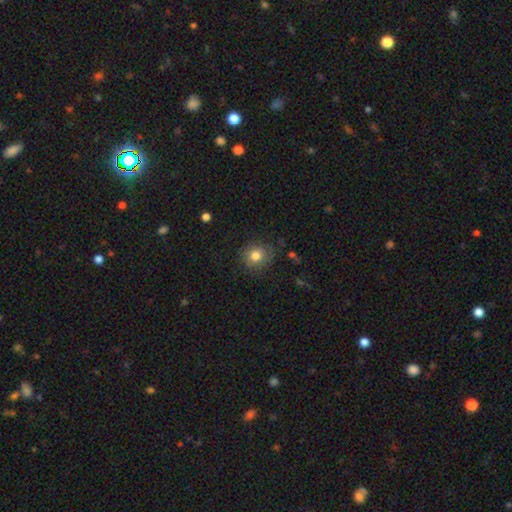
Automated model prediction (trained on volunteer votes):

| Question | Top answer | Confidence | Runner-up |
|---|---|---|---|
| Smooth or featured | smooth | 78% | featured or disk (11%) |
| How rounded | round | 83% | in between (16%) |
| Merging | none | 79% | minor disturbance (15%) |